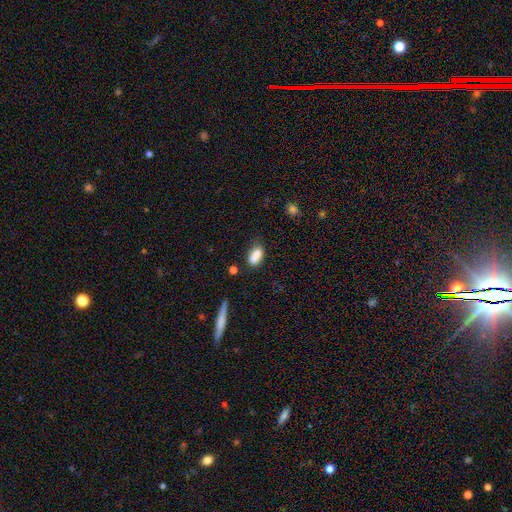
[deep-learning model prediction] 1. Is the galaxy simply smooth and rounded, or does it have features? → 85% smooth, 9% star or artifact, 6% featured or disk.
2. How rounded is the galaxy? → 88% in between, 6% cigar-shaped, 6% round.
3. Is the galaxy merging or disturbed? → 62% none, 25% minor disturbance, 7% major disturbance, 6% merger.